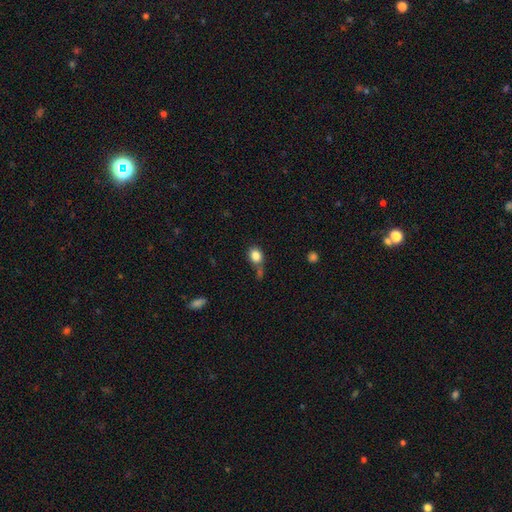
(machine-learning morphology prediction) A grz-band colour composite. It shows a smooth galaxy with no disk features (83%) that is round (58%). Merging: none (56%).